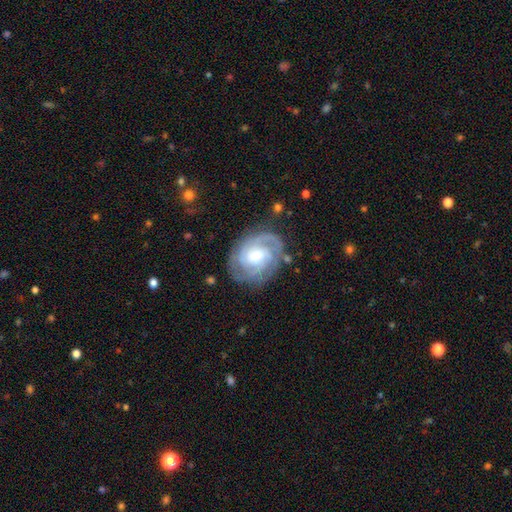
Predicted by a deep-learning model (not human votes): Morphology: type=featured or disk (85%); edge-on=no (98%); bar=no (54%); spiral arms=yes (96%); winding=tight (63%); arm count=2 (31%); bulge=moderate (49%); merging=none (76%).